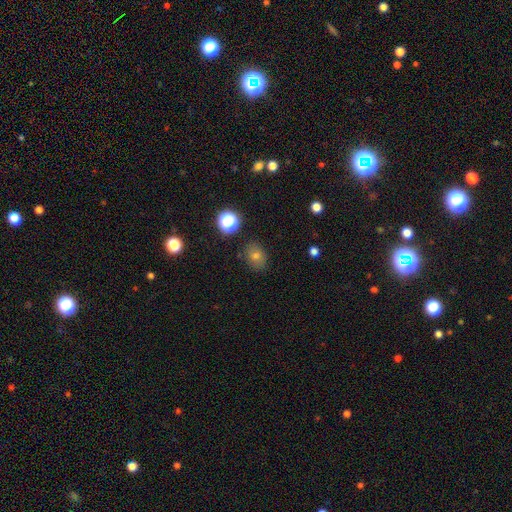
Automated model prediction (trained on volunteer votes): Smooth or featured? smooth (70%)
How rounded? in between (51%)
Merging? none (84%)